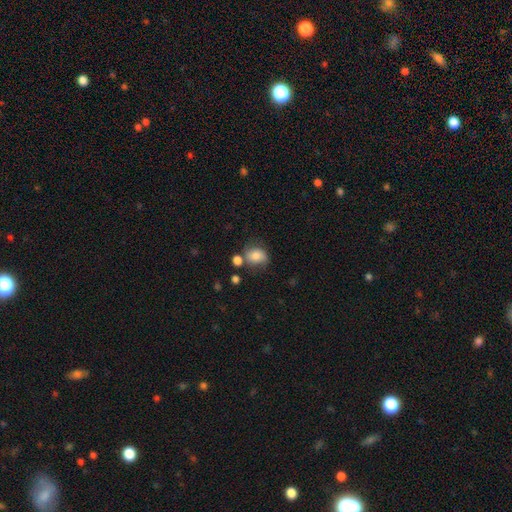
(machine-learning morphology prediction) This appears to be a smooth galaxy with no disk features (72%) that is in between round and cigar-shaped (50%). Merging: none (56%).